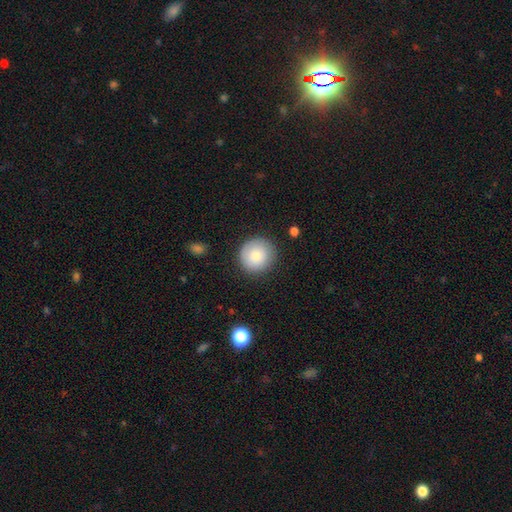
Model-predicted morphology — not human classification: Smooth or featured: smooth — 83% (featured or disk — 10%)
How rounded: round — 94% (in between — 5%)
Merging: none — 87% (minor disturbance — 9%)